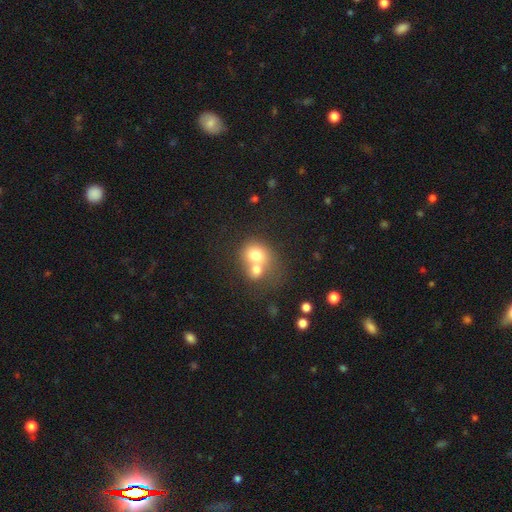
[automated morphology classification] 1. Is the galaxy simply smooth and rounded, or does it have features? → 69% smooth, 20% featured or disk, 10% star or artifact.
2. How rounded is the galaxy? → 65% round, 34% in between, 1% cigar-shaped.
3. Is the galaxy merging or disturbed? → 68% merger, 21% none, 6% minor disturbance, 4% major disturbance.